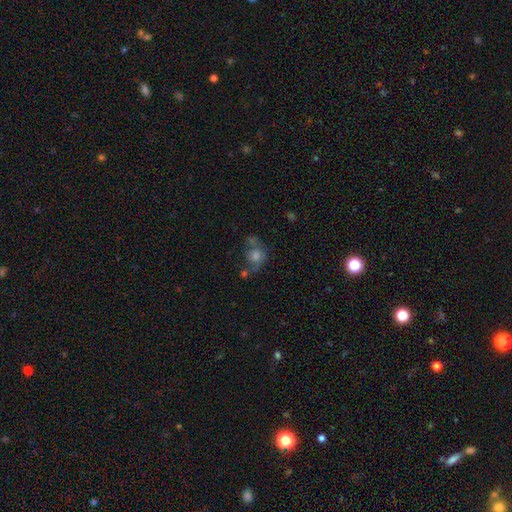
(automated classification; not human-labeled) Overall: smooth (46%; featured or disk 36%). Merging: none (43%; merger 21%).